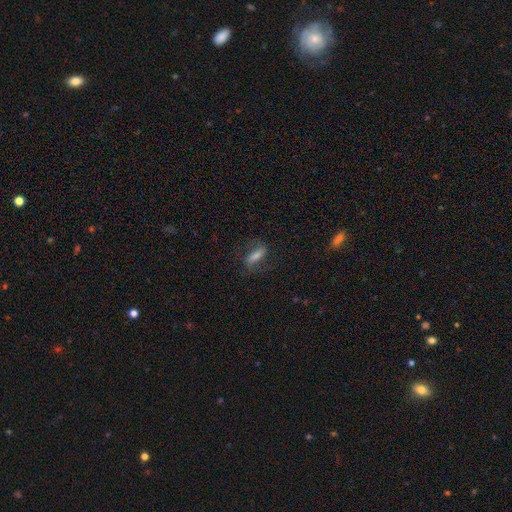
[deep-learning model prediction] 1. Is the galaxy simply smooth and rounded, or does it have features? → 48% smooth, 39% featured or disk, 12% star or artifact.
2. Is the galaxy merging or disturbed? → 70% none, 17% minor disturbance, 11% major disturbance, 2% merger.